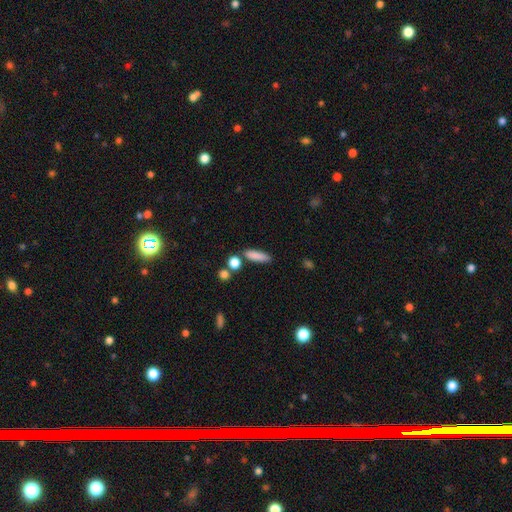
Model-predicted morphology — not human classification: A smooth galaxy with no disk features (84%) that is cigar-shaped (61%). Merging: none (77%).